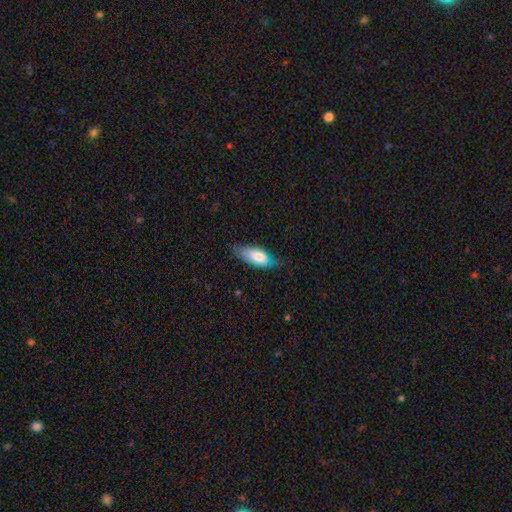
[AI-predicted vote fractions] smooth 75%, featured or disk 19%, star or artifact 6%. Down the decision tree: how rounded — in between (78%); merging — none (61%).